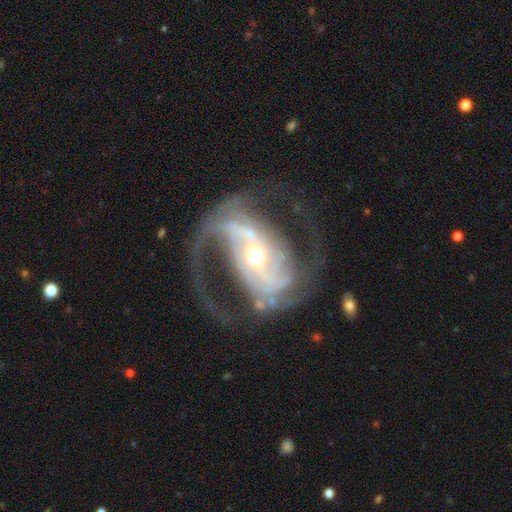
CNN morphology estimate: smooth_or_featured: featured or disk (p=0.88) [alt: smooth p=0.06]
disk_edge_on: no (p=0.96) [alt: yes p=0.04]
bar: no (p=0.35) [alt: strong p=0.33]
has_spiral_arms: yes (p=0.93) [alt: no p=0.07]
spiral_winding: medium (p=0.43) [alt: loose p=0.39]
spiral_arm_count: 2 (p=0.60) [alt: can't tell p=0.12]
bulge_size: moderate (p=0.65) [alt: small p=0.24]
merging: none (p=0.47) [alt: major disturbance p=0.32]